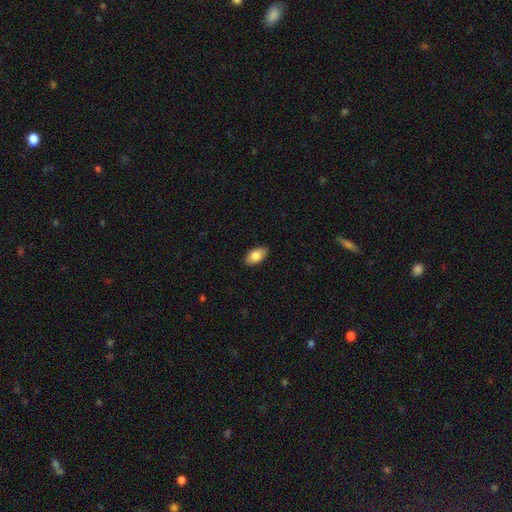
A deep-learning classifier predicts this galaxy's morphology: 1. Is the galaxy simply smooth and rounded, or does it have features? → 82% smooth, 11% featured or disk, 7% star or artifact.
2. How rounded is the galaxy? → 93% in between, 4% round, 3% cigar-shaped.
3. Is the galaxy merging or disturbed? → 89% none, 8% minor disturbance, 2% major disturbance, 1% merger.